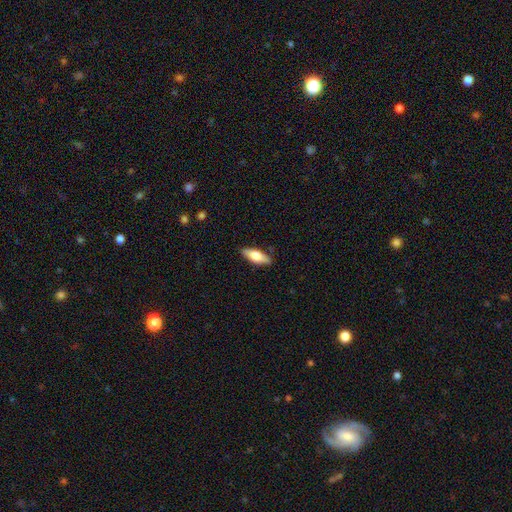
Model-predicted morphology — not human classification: Q: Smooth or featured?
A: smooth (62%); runner-up: featured or disk (32%)
Q: How rounded?
A: in between (66%); runner-up: cigar-shaped (31%)
Q: Merging?
A: none (87%); runner-up: minor disturbance (10%)